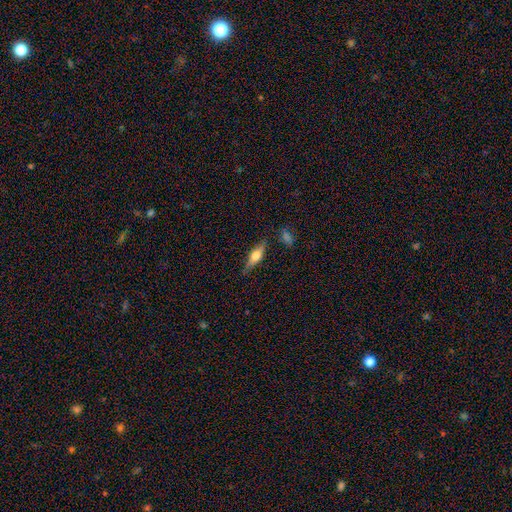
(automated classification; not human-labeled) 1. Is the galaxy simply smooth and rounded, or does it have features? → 52% featured or disk, 41% smooth, 7% star or artifact.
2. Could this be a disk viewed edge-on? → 92% yes, 8% no.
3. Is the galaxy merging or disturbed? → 81% none, 13% minor disturbance, 3% major disturbance, 3% merger.